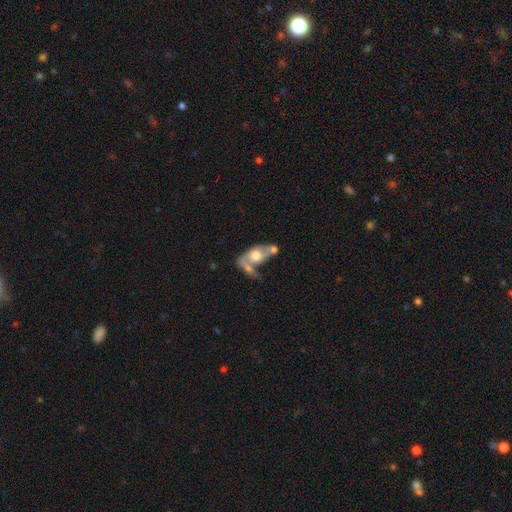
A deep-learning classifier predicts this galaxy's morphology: featured or disk 53%, smooth 40%, star or artifact 7%. Down the decision tree: edge-on disk — no (84%); merging — merger (52%).